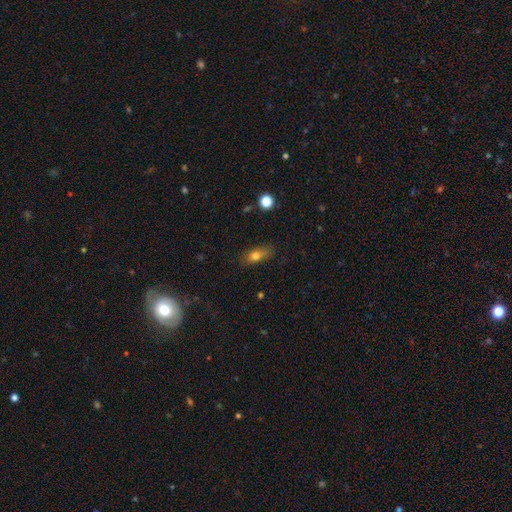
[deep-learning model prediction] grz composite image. It shows a smooth galaxy with no disk features (74%) that is in between round and cigar-shaped (74%). Merging: none (72%).